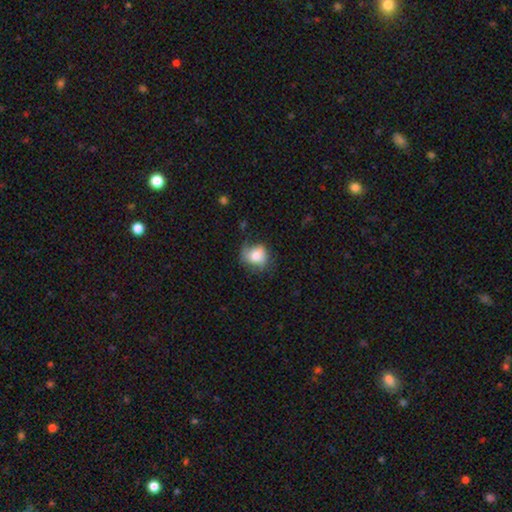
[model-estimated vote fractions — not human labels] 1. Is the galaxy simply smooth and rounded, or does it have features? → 68% smooth, 24% featured or disk, 9% star or artifact.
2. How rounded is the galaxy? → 61% round, 38% in between, 1% cigar-shaped.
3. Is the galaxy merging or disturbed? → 53% none, 30% minor disturbance, 15% major disturbance, 2% merger.